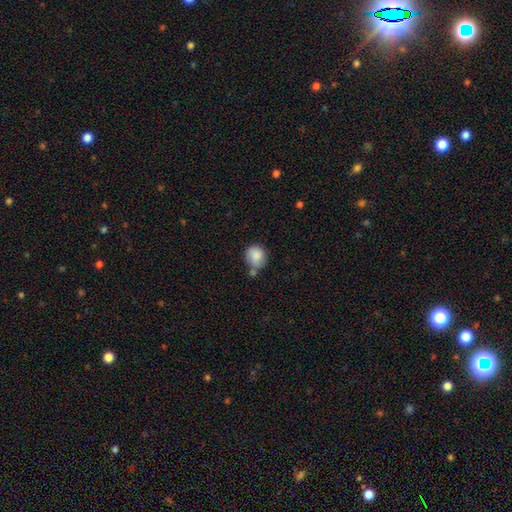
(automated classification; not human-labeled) Smooth or featured?
  - smooth: 86% *
  - star or artifact: 8%
  - featured or disk: 7%
How rounded?
  - round: 80% *
  - in between: 20%
  - cigar-shaped: 1%
Merging?
  - none: 51% *
  - minor disturbance: 22%
  - merger: 22%
  - major disturbance: 6%